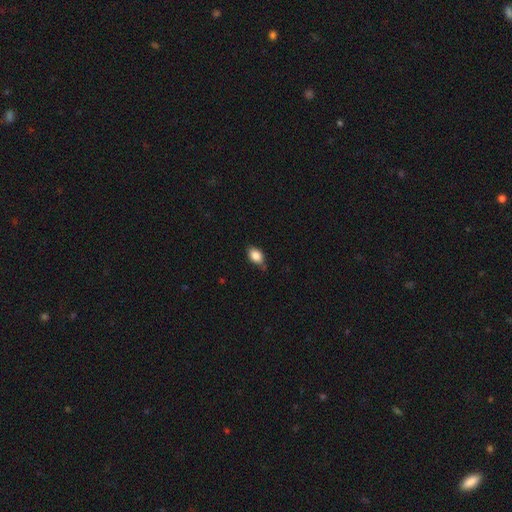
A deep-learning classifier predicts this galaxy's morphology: Smooth or featured? smooth (84%)
How rounded? in between (81%)
Merging? none (63%)